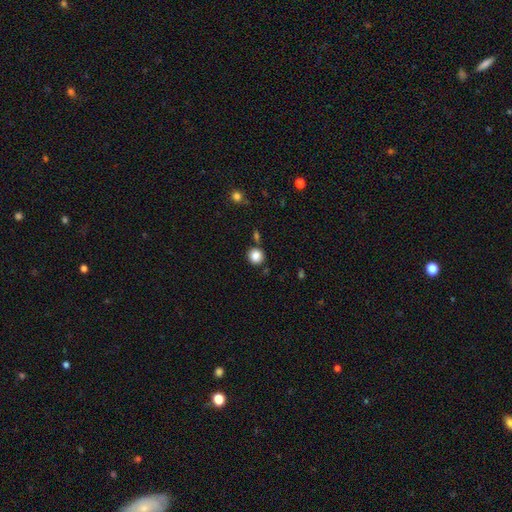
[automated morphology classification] This appears to be a smooth galaxy with no disk features (85%) that is round (90%). Merging: none (82%).